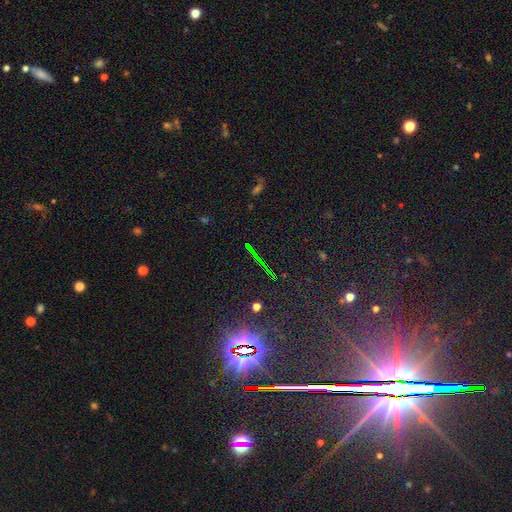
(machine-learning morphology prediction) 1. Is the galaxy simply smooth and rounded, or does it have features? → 68% star or artifact, 17% featured or disk, 15% smooth.